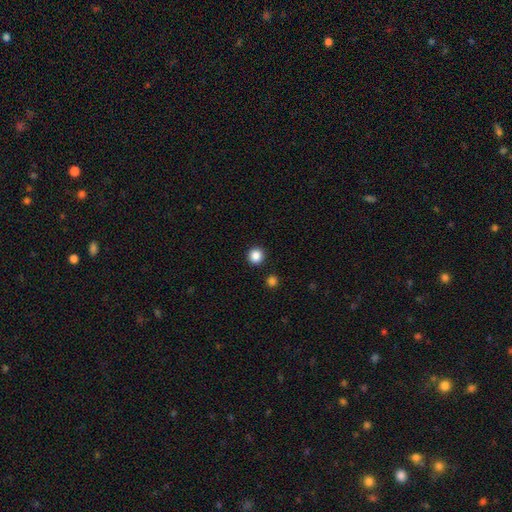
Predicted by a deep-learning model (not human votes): Q: Smooth or featured?
A: smooth (86%); runner-up: star or artifact (11%)
Q: How rounded?
A: round (95%); runner-up: in between (4%)
Q: Merging?
A: none (92%); runner-up: minor disturbance (4%)